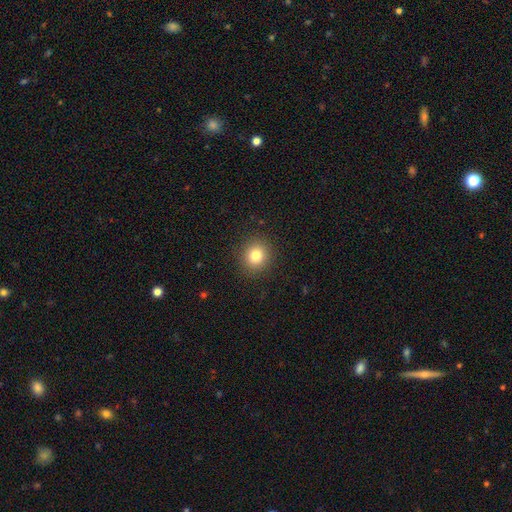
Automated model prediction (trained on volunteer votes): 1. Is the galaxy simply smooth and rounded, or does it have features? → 82% smooth, 11% star or artifact, 7% featured or disk.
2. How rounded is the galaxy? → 84% round, 15% in between, 1% cigar-shaped.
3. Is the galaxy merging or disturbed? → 90% none, 7% minor disturbance, 2% major disturbance, 1% merger.